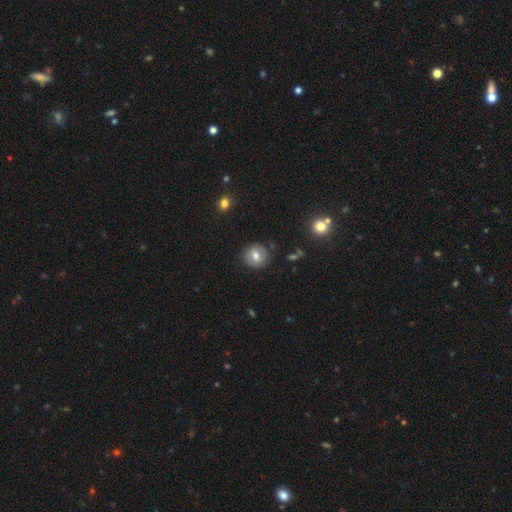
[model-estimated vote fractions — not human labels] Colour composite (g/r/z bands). It shows a smooth galaxy with no disk features (68%) that is round (82%). Merging: none (86%).